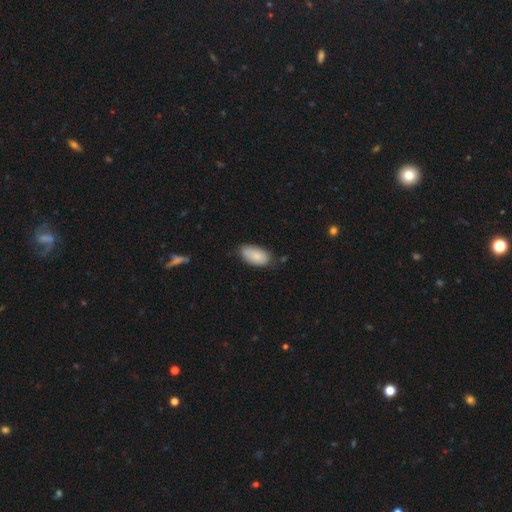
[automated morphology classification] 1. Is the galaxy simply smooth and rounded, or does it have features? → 83% smooth, 10% featured or disk, 6% star or artifact.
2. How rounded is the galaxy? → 94% in between, 3% round, 3% cigar-shaped.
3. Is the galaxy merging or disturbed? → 66% none, 27% minor disturbance, 4% major disturbance, 2% merger.